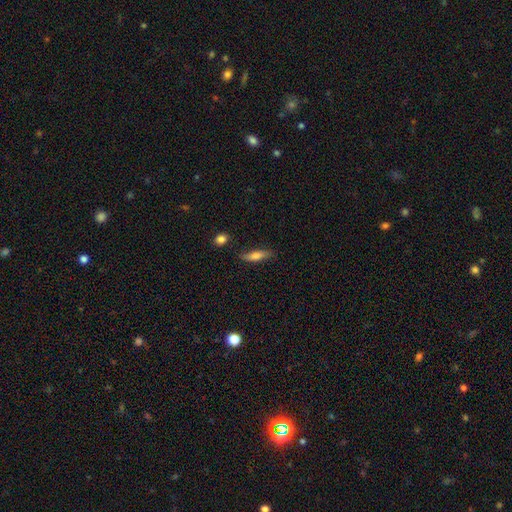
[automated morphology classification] Smooth or featured: smooth — 70% (featured or disk — 22%)
How rounded: cigar-shaped — 64% (in between — 34%)
Merging: none — 74% (minor disturbance — 18%)